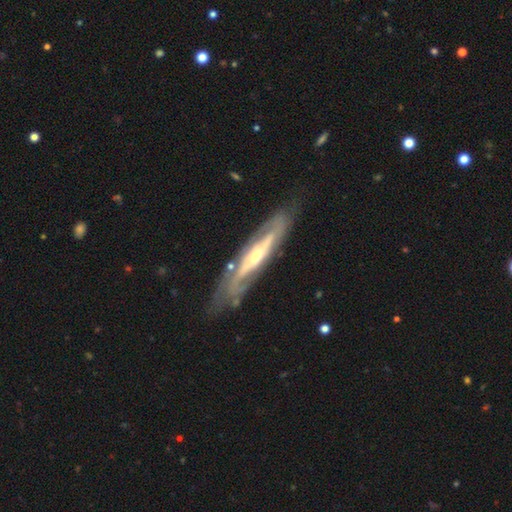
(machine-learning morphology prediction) Smooth or featured?
  - featured or disk: 82% *
  - smooth: 12%
  - star or artifact: 6%
Edge-on disk?
  - no: 59% *
  - yes: 41%
Merging?
  - none: 75% *
  - minor disturbance: 17%
  - major disturbance: 7%
  - merger: 2%